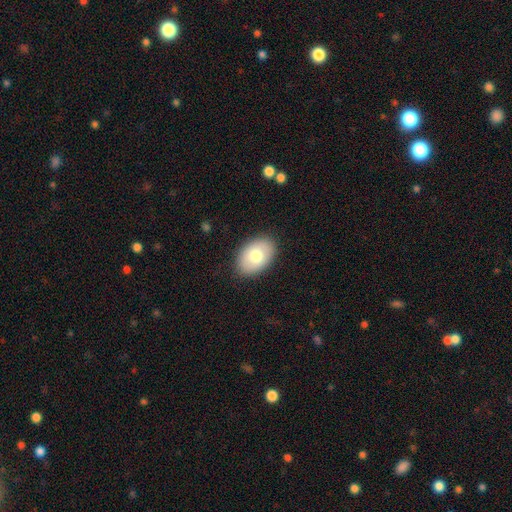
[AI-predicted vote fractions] smooth_or_featured: smooth (p=0.74) [alt: featured or disk p=0.19]
how_rounded: in between (p=0.87) [alt: round p=0.12]
merging: none (p=0.87) [alt: minor disturbance p=0.10]